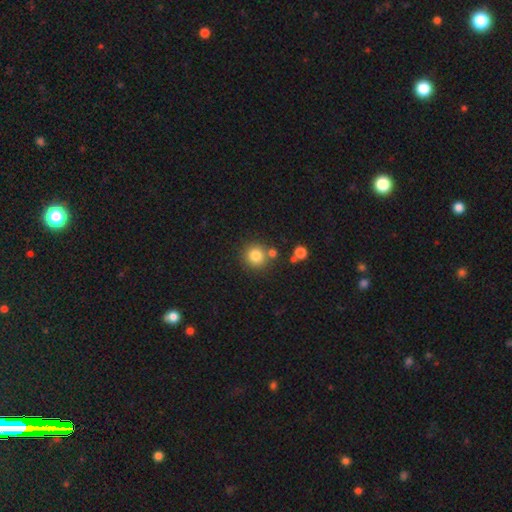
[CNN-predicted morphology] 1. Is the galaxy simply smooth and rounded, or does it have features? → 82% smooth, 11% star or artifact, 7% featured or disk.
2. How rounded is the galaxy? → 92% round, 7% in between, 1% cigar-shaped.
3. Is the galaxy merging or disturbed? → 76% none, 13% merger, 8% minor disturbance, 3% major disturbance.